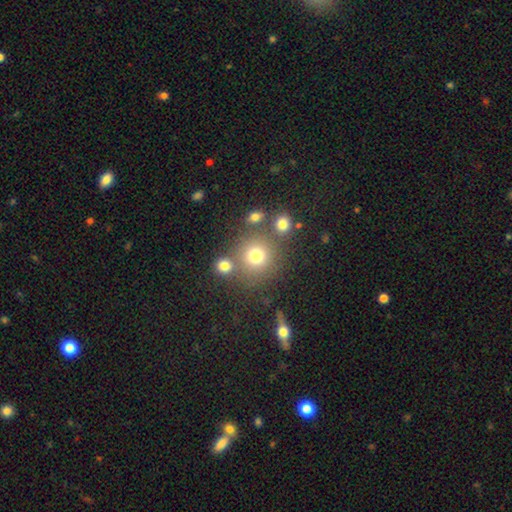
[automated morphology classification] smooth_or_featured: smooth (p=0.75) [alt: star or artifact p=0.16]
how_rounded: round (p=0.91) [alt: in between p=0.08]
merging: none (p=0.70) [alt: merger p=0.16]